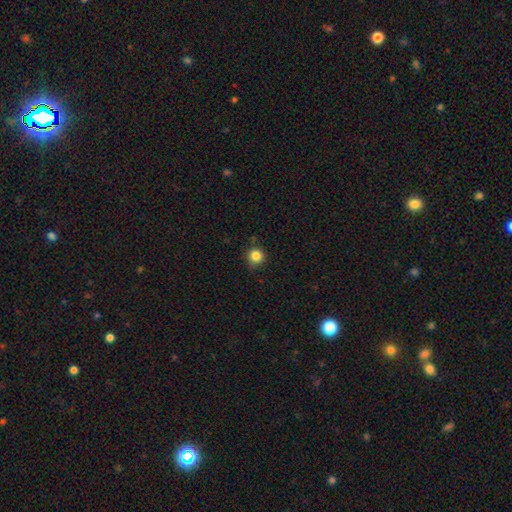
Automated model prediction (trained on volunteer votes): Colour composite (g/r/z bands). It shows a smooth galaxy with no disk features (84%) that is round (93%). Merging: none (81%).